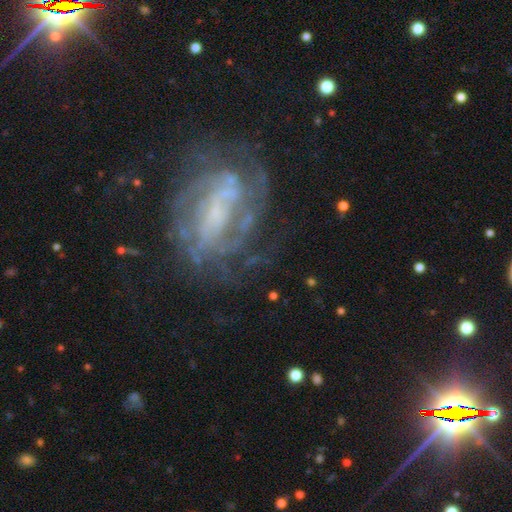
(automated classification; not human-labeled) A featured or disk galaxy (75%) with a weak bar (39%), tight (52%) spiral arms (86%) and a small central bulge (43%). Merging: none (67%).